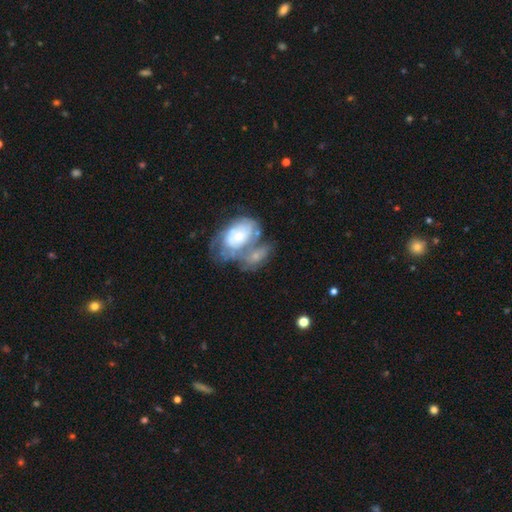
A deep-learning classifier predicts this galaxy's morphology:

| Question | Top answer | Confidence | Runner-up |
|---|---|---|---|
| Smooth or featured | featured or disk | 56% | smooth (36%) |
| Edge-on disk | no | 95% | yes (5%) |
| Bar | no | 78% | weak (18%) |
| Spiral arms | yes | 59% | no (41%) |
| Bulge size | small | 46% | moderate (33%) |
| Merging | merger | 51% | none (22%) |